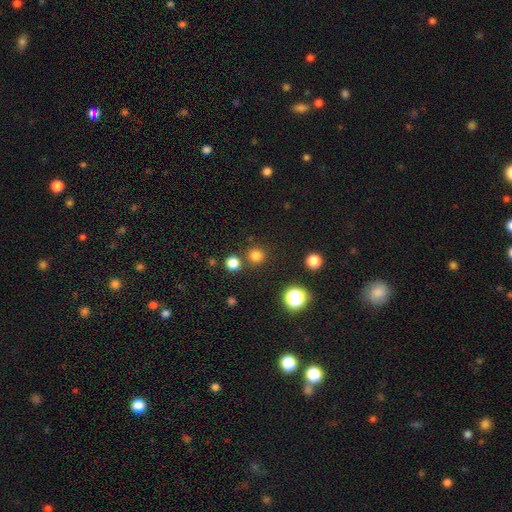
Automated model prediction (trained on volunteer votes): This appears to be a smooth galaxy with no disk features (77%) that is round (93%). Merging: none (83%).